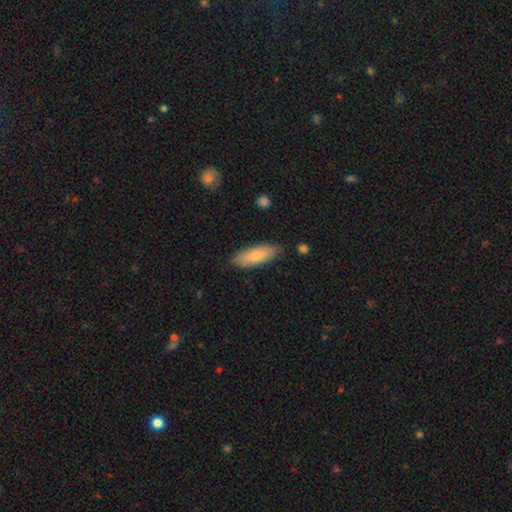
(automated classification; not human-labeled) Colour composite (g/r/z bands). It shows a smooth galaxy with no disk features (80%) that is in between round and cigar-shaped (70%). Merging: none (82%).